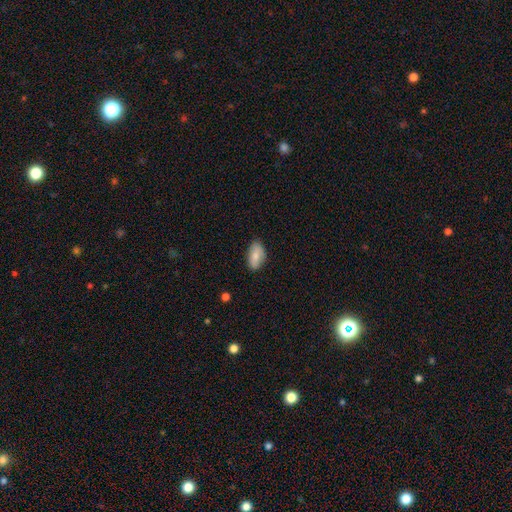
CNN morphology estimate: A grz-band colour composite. It shows a smooth galaxy with no disk features (80%) that is in between round and cigar-shaped (93%). Merging: none (82%).